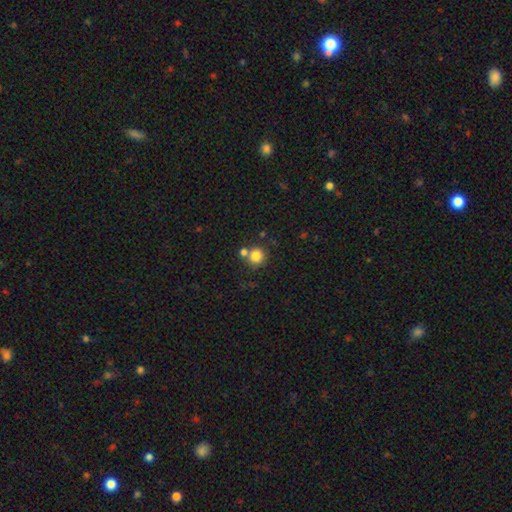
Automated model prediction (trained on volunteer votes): Overall: smooth (82%). How rounded: round (90%). Merging: none (65%).